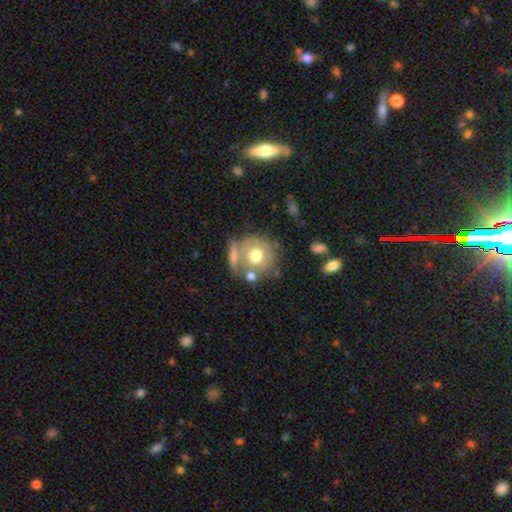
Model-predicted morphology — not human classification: The model was most divided on "merging": none: 56%, merger: 21%, minor disturbance: 15%, major disturbance: 8%. More confident: how rounded — round (88%); smooth or featured — smooth (64%).